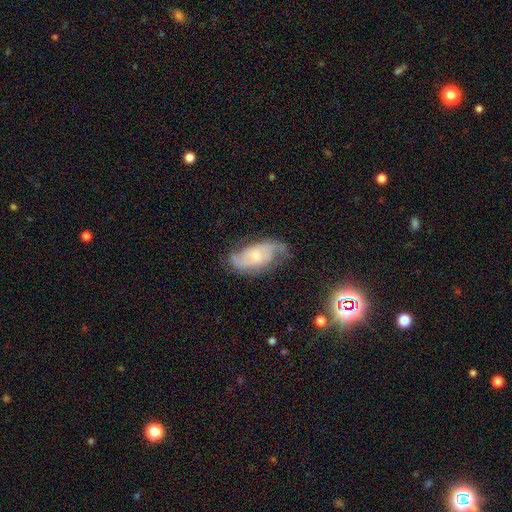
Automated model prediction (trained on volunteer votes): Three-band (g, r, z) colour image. It shows a featured or disk galaxy (76%) with no bar (62%), 2 (76%) medium (45%) spiral arms (92%) and a small central bulge (48%). Merging: none (62%).